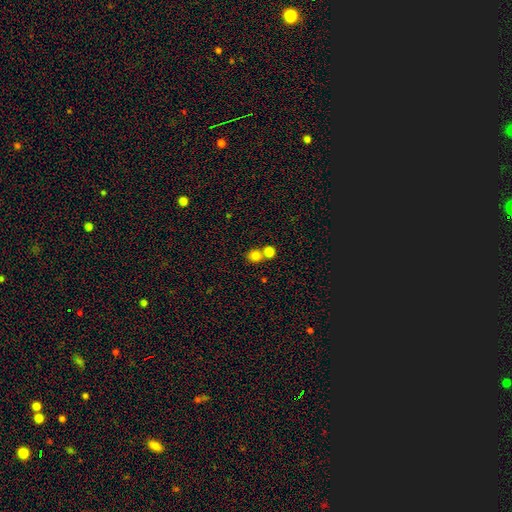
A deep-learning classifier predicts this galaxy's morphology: Q: Smooth or featured?
A: smooth (81%); runner-up: star or artifact (12%)
Q: How rounded?
A: round (84%); runner-up: in between (15%)
Q: Merging?
A: none (52%); runner-up: merger (39%)